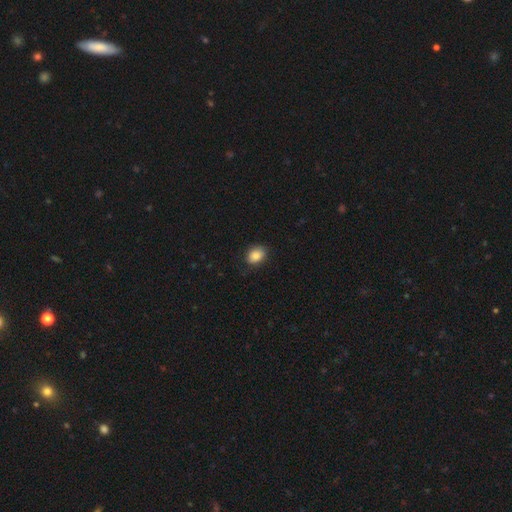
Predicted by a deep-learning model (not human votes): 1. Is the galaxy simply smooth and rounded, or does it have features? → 86% smooth, 8% star or artifact, 6% featured or disk.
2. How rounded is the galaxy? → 62% in between, 37% round, 1% cigar-shaped.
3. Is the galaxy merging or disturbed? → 81% none, 15% minor disturbance, 3% major disturbance, 1% merger.